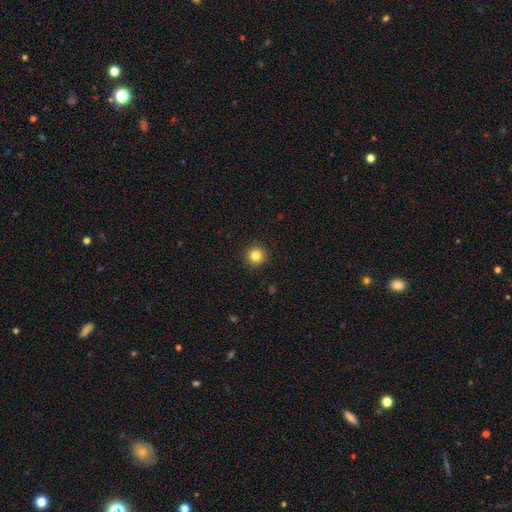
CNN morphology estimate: Smooth or featured? smooth (82%)
How rounded? round (96%)
Merging? none (93%)